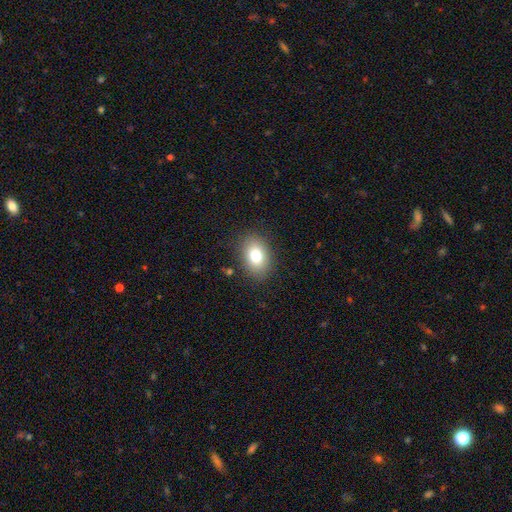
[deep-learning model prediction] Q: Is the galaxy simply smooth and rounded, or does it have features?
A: smooth — 78%.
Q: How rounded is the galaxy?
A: in between — 75%.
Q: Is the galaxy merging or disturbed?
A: none — 86%.